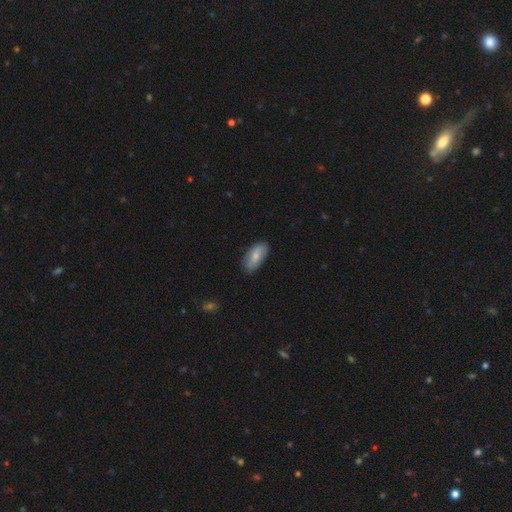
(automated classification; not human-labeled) Smooth or featured?
  - smooth: 75% *
  - featured or disk: 19%
  - star or artifact: 6%
How rounded?
  - in between: 91% *
  - cigar-shaped: 6%
  - round: 2%
Merging?
  - none: 81% *
  - minor disturbance: 15%
  - major disturbance: 3%
  - merger: 1%